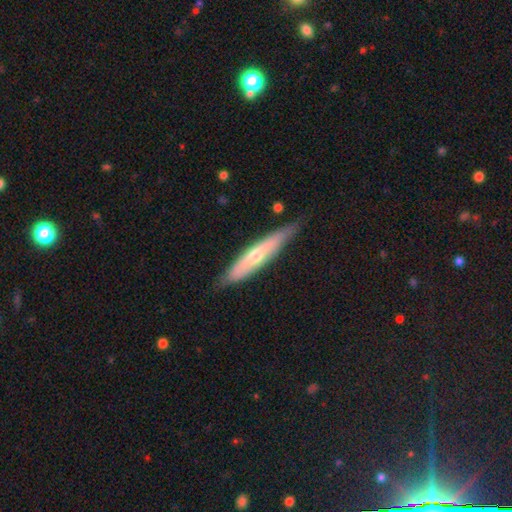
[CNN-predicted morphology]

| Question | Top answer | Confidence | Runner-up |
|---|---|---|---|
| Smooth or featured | featured or disk | 54% | smooth (39%) |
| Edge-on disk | yes | 82% | no (18%) |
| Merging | none | 81% | minor disturbance (16%) |